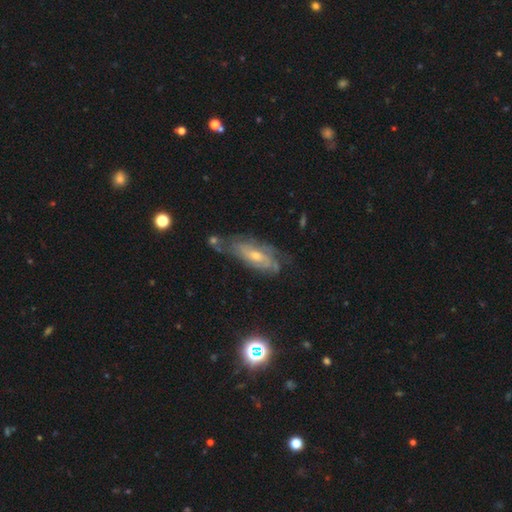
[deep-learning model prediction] Q: Smooth or featured?
A: featured or disk (70%); runner-up: smooth (20%)
Q: Edge-on disk?
A: no (83%); runner-up: yes (17%)
Q: Bar?
A: no (62%); runner-up: weak (31%)
Q: Spiral arms?
A: yes (81%); runner-up: no (19%)
Q: Bulge size?
A: small (49%); runner-up: moderate (45%)
Q: Merging?
A: none (55%); runner-up: minor disturbance (26%)